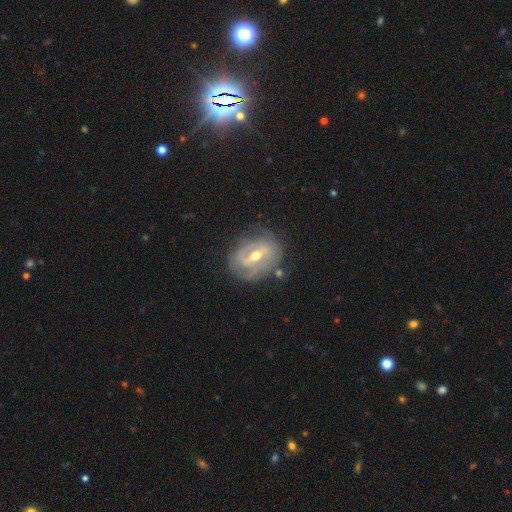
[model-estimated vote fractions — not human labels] A featured or disk galaxy (81%) with a strong bar (49%), 2 (53%) tight (56%) spiral arms (79%) and a moderate central bulge (71%).

Vote fractions:
- Smooth or featured? featured or disk: 81% / smooth: 13% / star or artifact: 6%
- Edge-on disk? no: 94% / yes: 6%
- Bar? strong: 49% / weak: 38% / no: 13%
- Spiral arms? yes: 79% / no: 21%
- Spiral winding? tight: 56% / medium: 31% / loose: 13%
- Spiral arm count? 2: 53% / can't tell: 27% / 3: 9% / 1: 7% / 4: 2% / more than 4: 2%
- Bulge size? moderate: 71% / small: 24% / large: 4% / none: 1% / dominant: 1%
- Merging? none: 70% / minor disturbance: 20% / major disturbance: 7% / merger: 2%